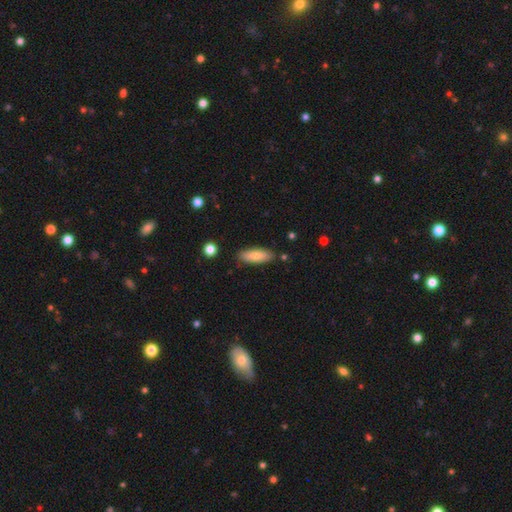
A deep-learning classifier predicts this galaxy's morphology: smooth 77%, featured or disk 16%, star or artifact 6%. Down the decision tree: how rounded — in between (62%); merging — none (84%).